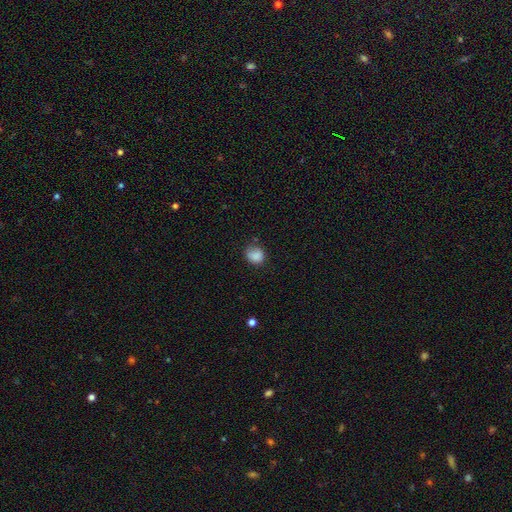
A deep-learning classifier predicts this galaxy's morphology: Overall: smooth (85%). How rounded: round (69%; in between 30%). Merging: none (63%; minor disturbance 27%).